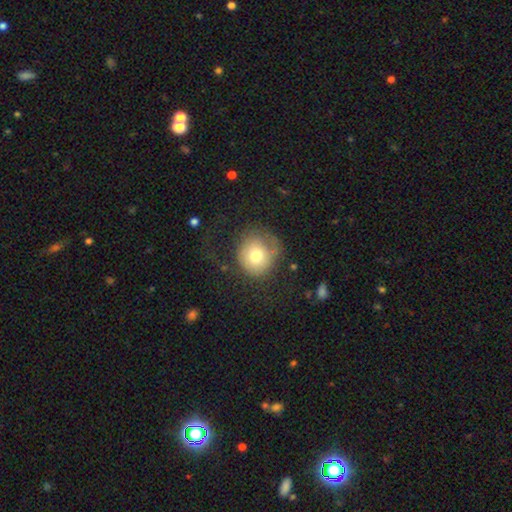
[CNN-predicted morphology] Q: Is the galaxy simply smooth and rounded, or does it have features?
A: smooth — 72%.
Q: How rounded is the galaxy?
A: round — 85%.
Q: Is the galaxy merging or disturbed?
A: none — 53%.